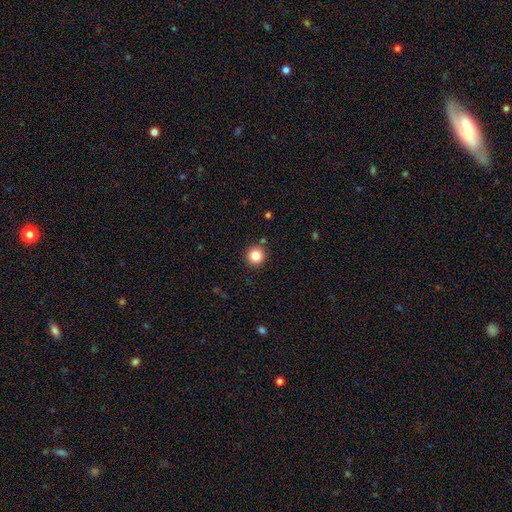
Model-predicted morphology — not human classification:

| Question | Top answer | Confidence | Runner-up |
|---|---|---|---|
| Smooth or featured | smooth | 84% | star or artifact (11%) |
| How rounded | round | 95% | in between (4%) |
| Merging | none | 89% | minor disturbance (6%) |